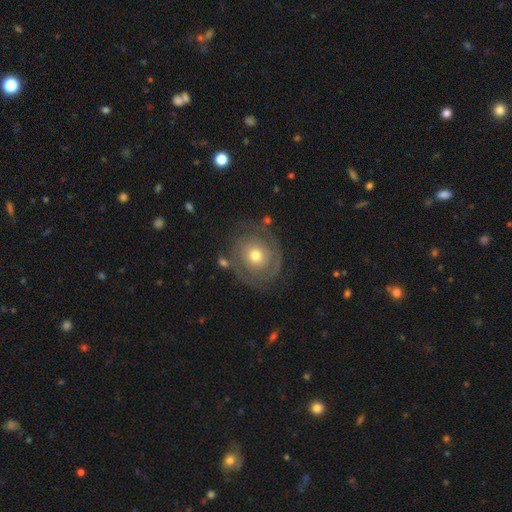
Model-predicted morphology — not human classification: A featured or disk galaxy (68%) with no bar (85%), 2 (45%) tight (73%) spiral arms (76%) and a moderate central bulge (68%). Merging: none (72%).